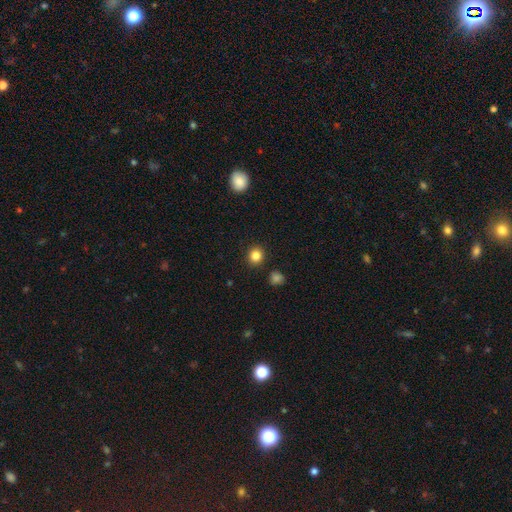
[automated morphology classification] This appears to be a smooth galaxy with no disk features (84%) that is round (89%). Merging: none (91%).